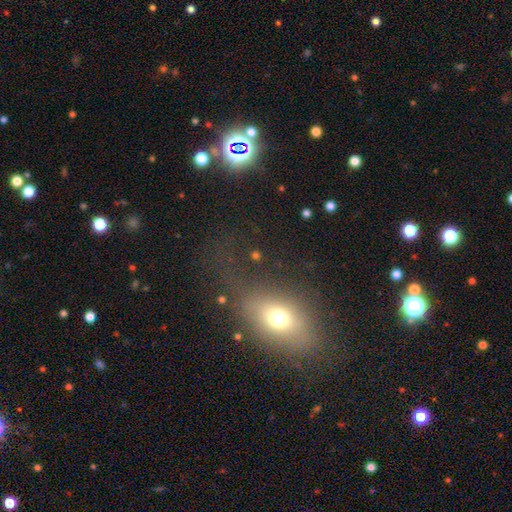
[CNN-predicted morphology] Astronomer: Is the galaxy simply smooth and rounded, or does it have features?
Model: smooth — 52% (runner-up: star or artifact, 30%).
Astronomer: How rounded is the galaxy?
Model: round — 56% (runner-up: in between, 38%).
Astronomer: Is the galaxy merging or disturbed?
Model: none — 60%.